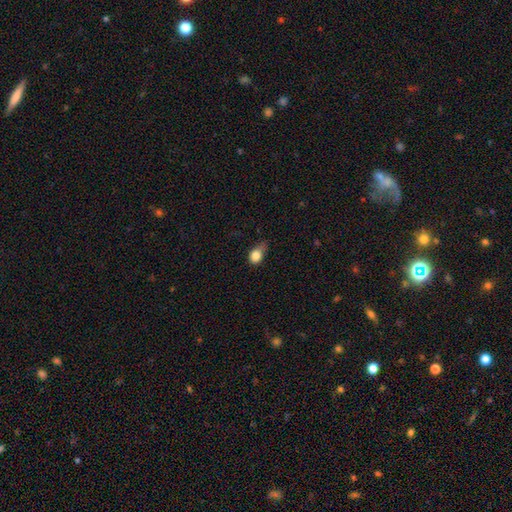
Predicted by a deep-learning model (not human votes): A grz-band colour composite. It shows a smooth galaxy with no disk features (83%) that is in between round and cigar-shaped (64%). Merging: minor disturbance (46%).